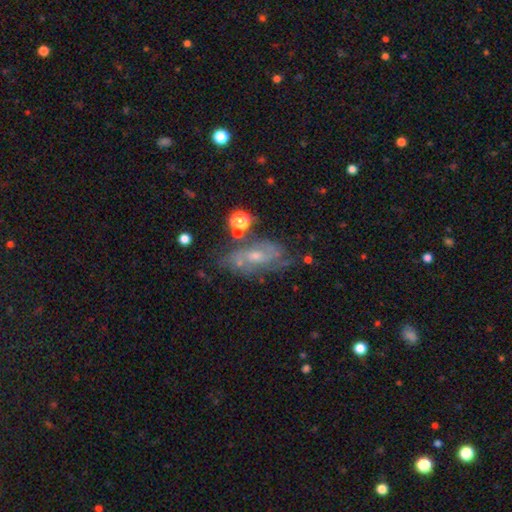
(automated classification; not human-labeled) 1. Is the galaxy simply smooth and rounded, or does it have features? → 70% featured or disk, 19% smooth, 12% star or artifact.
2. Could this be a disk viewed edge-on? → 90% no, 10% yes.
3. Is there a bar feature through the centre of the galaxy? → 55% no, 36% weak, 9% strong.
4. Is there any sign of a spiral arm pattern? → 81% yes, 19% no.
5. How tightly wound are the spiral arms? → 44% tight, 39% medium, 16% loose.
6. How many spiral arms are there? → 42% can't tell, 39% 2, 8% 3, 4% 1, 4% 4, 3% more than 4.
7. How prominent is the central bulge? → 56% small, 37% moderate, 4% none, 2% large, 1% dominant.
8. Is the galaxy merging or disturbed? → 62% none, 21% minor disturbance, 11% major disturbance, 7% merger.